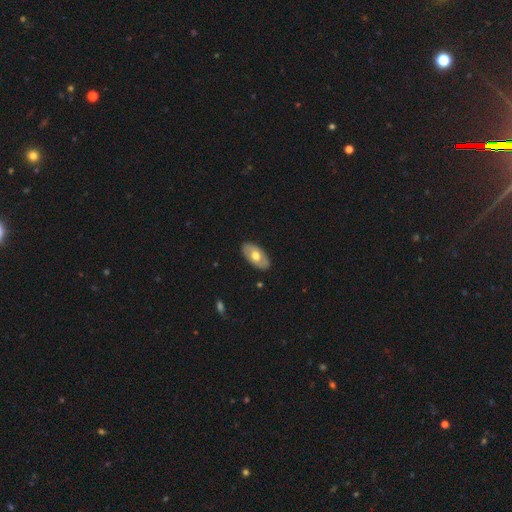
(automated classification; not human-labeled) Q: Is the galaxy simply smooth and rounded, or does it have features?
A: smooth — 55%.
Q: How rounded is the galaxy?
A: in between — 94%.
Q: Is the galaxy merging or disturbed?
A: none — 87%.